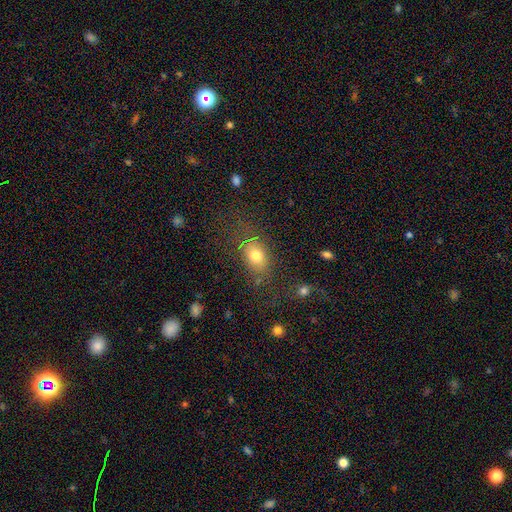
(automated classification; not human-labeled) smooth 74%, star or artifact 13%, featured or disk 13%. Down the decision tree: how rounded — in between (77%); merging — none (71%).